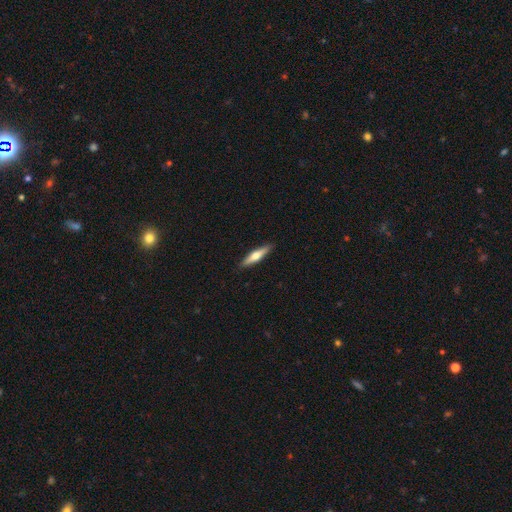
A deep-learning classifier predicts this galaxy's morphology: This appears to be a smooth galaxy with no disk features (48%). Merging: none (91%).